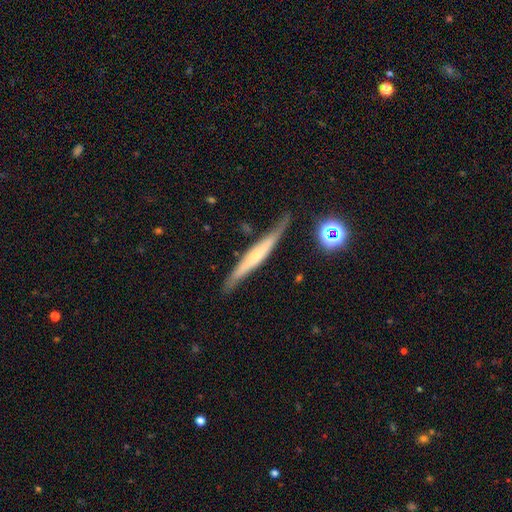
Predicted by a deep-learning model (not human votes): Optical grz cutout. It shows a featured or disk galaxy (59%) viewed edge-on (91%) with no central bulge (44%). Merging: none (75%).